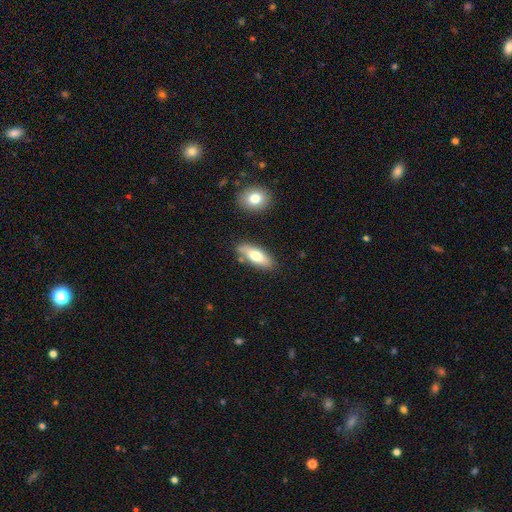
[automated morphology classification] This appears to be a smooth galaxy with no disk features (71%) that is in between round and cigar-shaped (71%). Merging: none (75%).